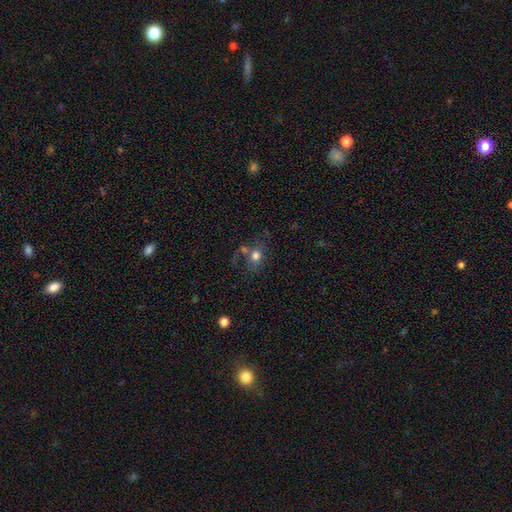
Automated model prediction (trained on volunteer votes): smooth-or-featured: smooth: 72% | featured or disk: 15% | star or artifact: 13%
  how-rounded: round: 63% | in between: 36% | cigar-shaped: 1%
  merging: none: 47% | merger: 25% | minor disturbance: 16% | major disturbance: 11%